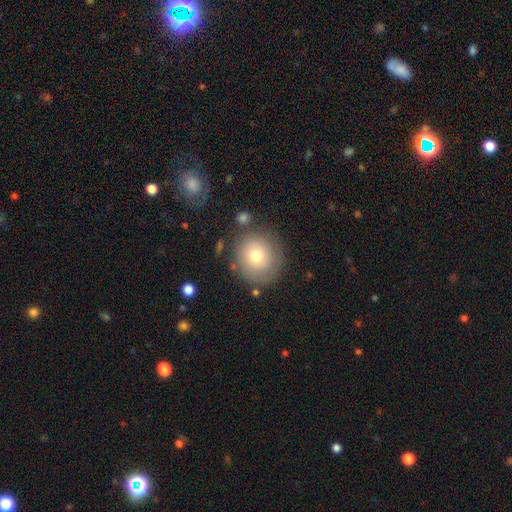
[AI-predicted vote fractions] smooth-or-featured: smooth: 67% | featured or disk: 24% | star or artifact: 9%
  how-rounded: round: 87% | in between: 12% | cigar-shaped: 1%
  merging: none: 77% | minor disturbance: 14% | major disturbance: 5% | merger: 4%